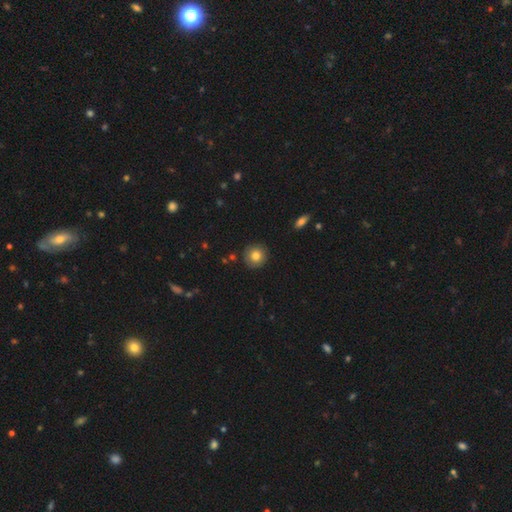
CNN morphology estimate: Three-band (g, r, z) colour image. It shows a smooth galaxy with no disk features (80%) that is round (93%). Merging: none (89%).